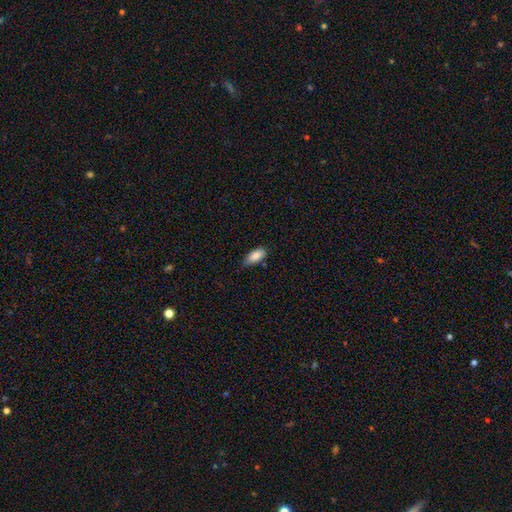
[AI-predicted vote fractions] Overall: smooth (85%). How rounded: in between (87%). Merging: none (67%).